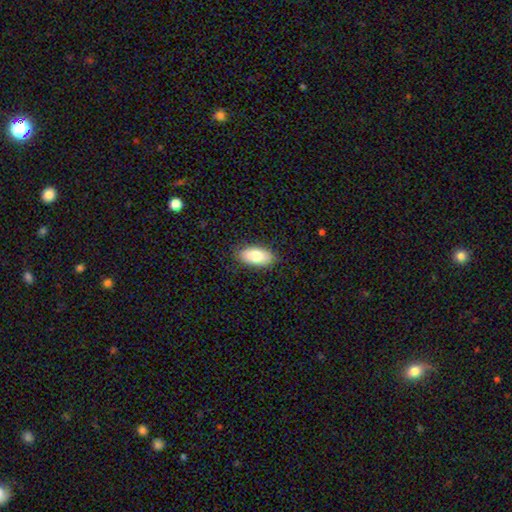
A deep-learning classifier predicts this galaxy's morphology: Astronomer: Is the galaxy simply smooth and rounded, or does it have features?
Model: smooth — 80%.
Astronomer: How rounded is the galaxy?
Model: in between — 92%.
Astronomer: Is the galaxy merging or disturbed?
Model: none — 86%.